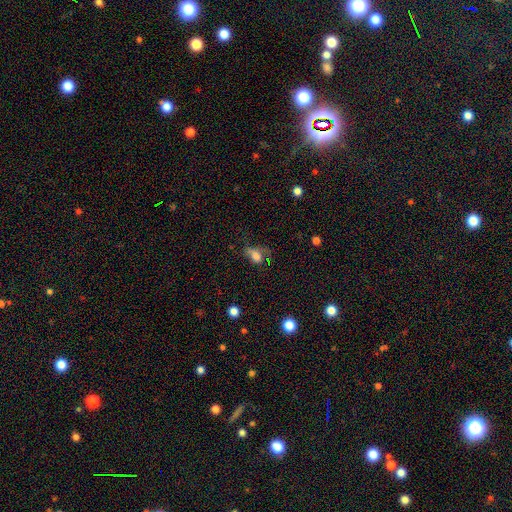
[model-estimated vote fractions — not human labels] Smooth or featured? smooth (65%)
How rounded? in between (77%)
Merging? major disturbance (36%)